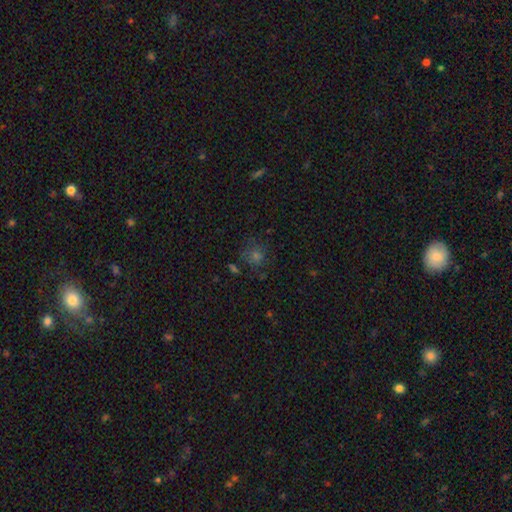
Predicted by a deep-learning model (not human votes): smooth-or-featured: smooth: 54% | star or artifact: 31% | featured or disk: 14%
  how-rounded: round: 87% | in between: 12% | cigar-shaped: 1%
  merging: none: 73% | minor disturbance: 15% | major disturbance: 6% | merger: 5%